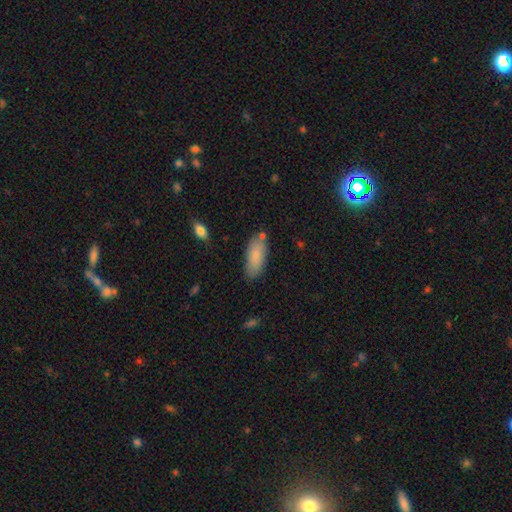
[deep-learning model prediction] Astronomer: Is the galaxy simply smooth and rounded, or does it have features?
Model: smooth — 83%.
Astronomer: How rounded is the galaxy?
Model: in between — 84%.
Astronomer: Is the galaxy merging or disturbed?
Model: none — 75%.